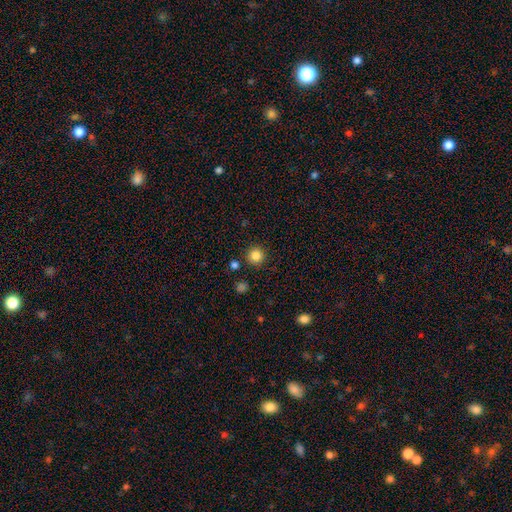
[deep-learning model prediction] The model was most divided on "smooth or featured": smooth: 84%, star or artifact: 11%, featured or disk: 5%. More confident: how rounded — round (95%); merging — none (90%).